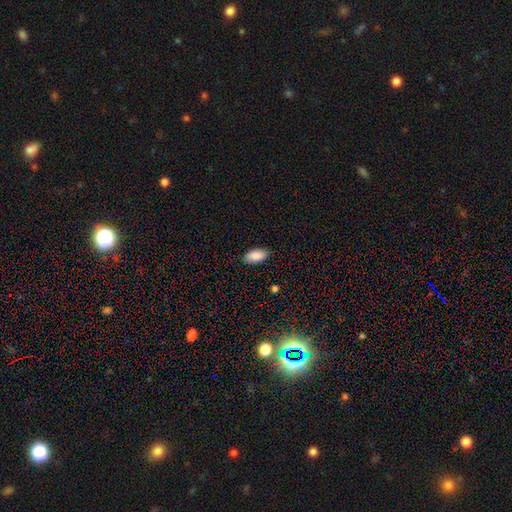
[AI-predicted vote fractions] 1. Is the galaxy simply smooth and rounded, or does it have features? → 88% smooth, 7% star or artifact, 5% featured or disk.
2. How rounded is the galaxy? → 94% in between, 4% cigar-shaped, 2% round.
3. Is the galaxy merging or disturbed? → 85% none, 12% minor disturbance, 2% major disturbance, 1% merger.